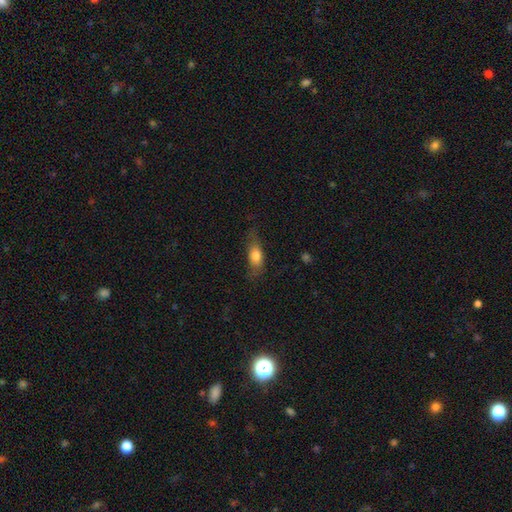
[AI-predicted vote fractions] smooth-or-featured: smooth: 74% | featured or disk: 18% | star or artifact: 8%
  how-rounded: in between: 73% | cigar-shaped: 21% | round: 5%
  merging: none: 62% | minor disturbance: 25% | major disturbance: 11% | merger: 2%